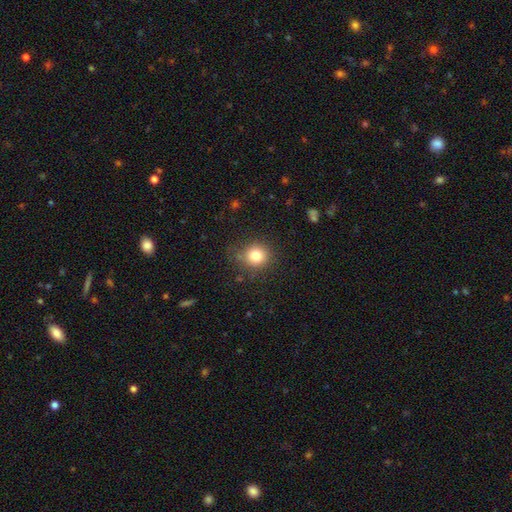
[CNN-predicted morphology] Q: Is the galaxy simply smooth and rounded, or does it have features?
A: smooth — 81%.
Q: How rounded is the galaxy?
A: round — 88%.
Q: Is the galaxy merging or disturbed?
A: none — 83%.